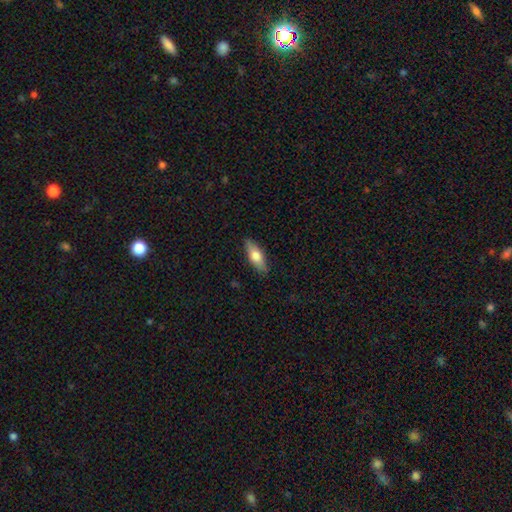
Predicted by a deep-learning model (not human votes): Smooth or featured? Predicted: smooth (p=0.70). How rounded? Predicted: in between (p=0.66). Merging? Predicted: none (p=0.87).